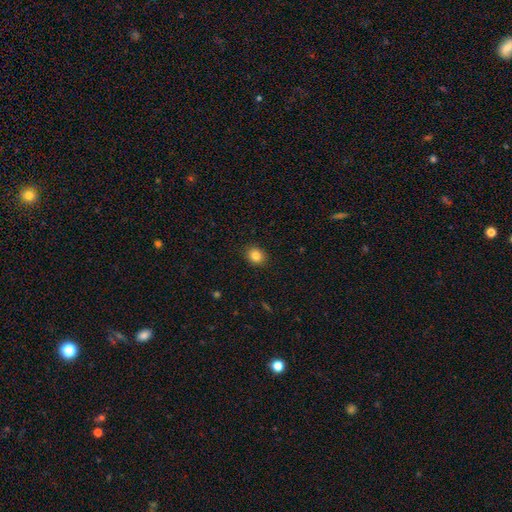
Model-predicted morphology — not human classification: Smooth or featured? smooth (84%)
How rounded? round (64%)
Merging? none (89%)